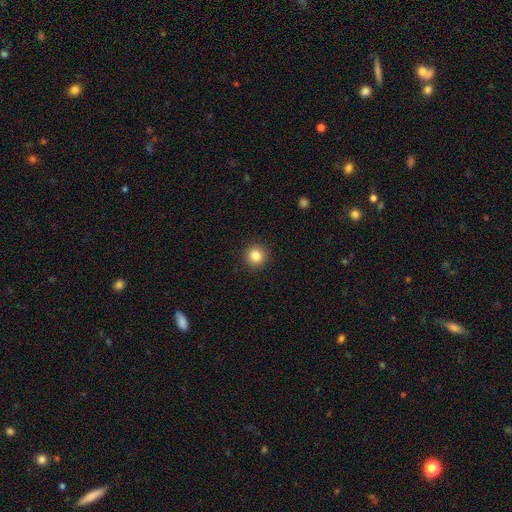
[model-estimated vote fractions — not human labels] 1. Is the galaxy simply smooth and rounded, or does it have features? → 83% smooth, 11% star or artifact, 5% featured or disk.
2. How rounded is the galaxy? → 95% round, 4% in between, 1% cigar-shaped.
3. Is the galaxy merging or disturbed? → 93% none, 4% minor disturbance, 2% major disturbance, 1% merger.